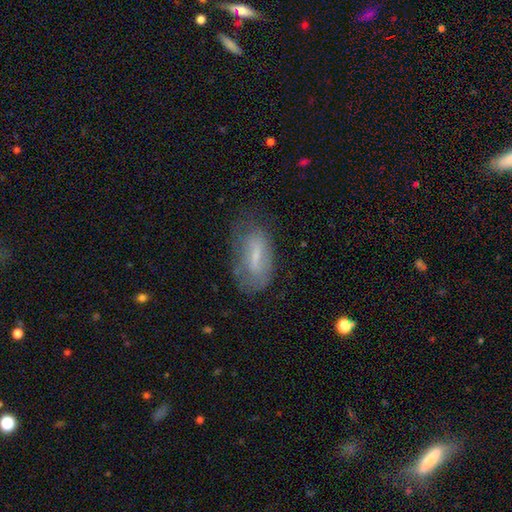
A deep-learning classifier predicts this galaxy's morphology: A smooth galaxy with no disk features (50%). Merging: none (61%).